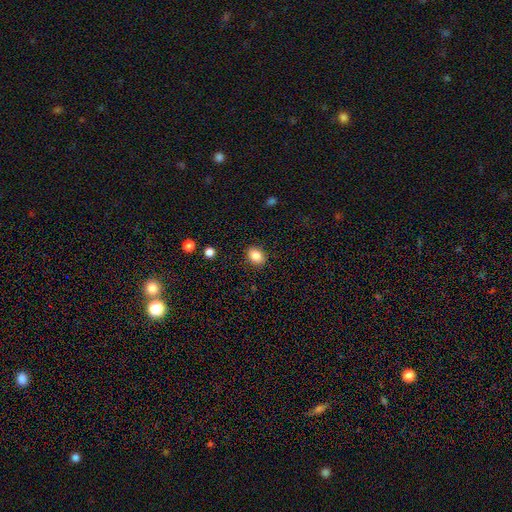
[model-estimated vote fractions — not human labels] smooth 86%, star or artifact 9%, featured or disk 5%. Down the decision tree: how rounded — in between (61%); merging — none (89%).